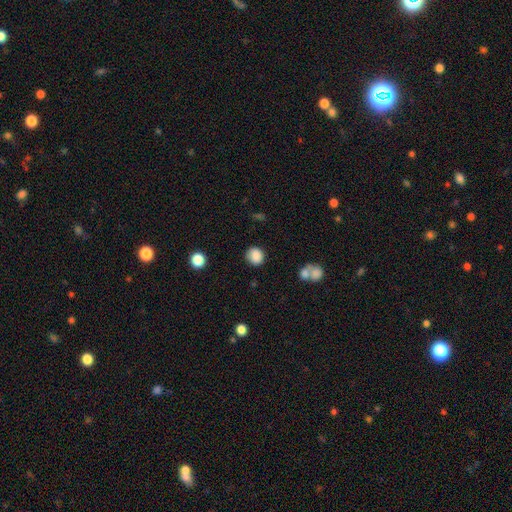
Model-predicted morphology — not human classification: Smooth or featured: smooth — 86% (star or artifact — 9%)
How rounded: round — 83% (in between — 16%)
Merging: none — 81% (minor disturbance — 12%)